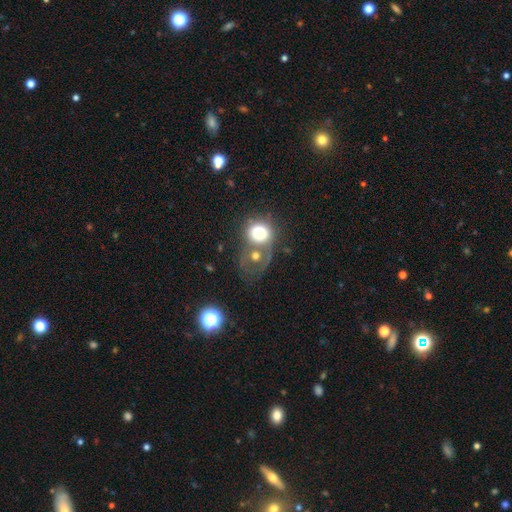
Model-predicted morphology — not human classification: The model was most divided on "merging": merger: 48%, none: 25%, major disturbance: 16%, minor disturbance: 11%. More confident: how rounded — round (68%); smooth or featured — smooth (62%).